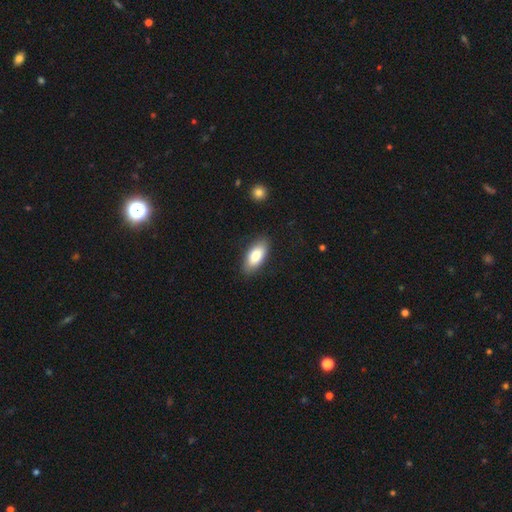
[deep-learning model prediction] Smooth or featured? smooth (83%)
How rounded? in between (87%)
Merging? none (86%)